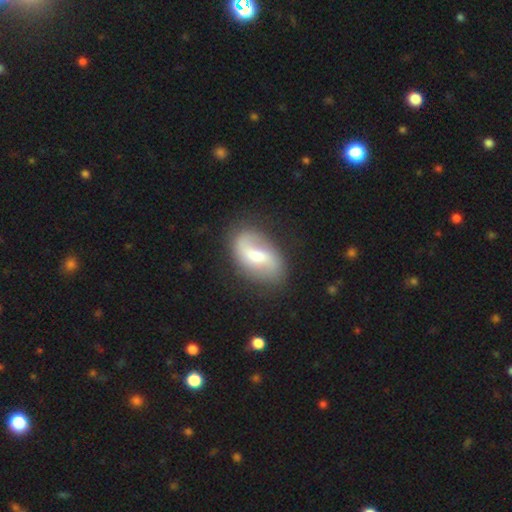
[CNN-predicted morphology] Smooth or featured? Predicted: featured or disk (p=0.67). Edge-on disk? Predicted: no (p=0.96). Bar? Predicted: weak (p=0.51). Spiral arms? Predicted: yes (p=0.87). Spiral winding? Predicted: loose (p=0.69). Spiral arm count? Predicted: 2 (p=0.83). Bulge size? Predicted: moderate (p=0.51). Merging? Predicted: none (p=0.73).